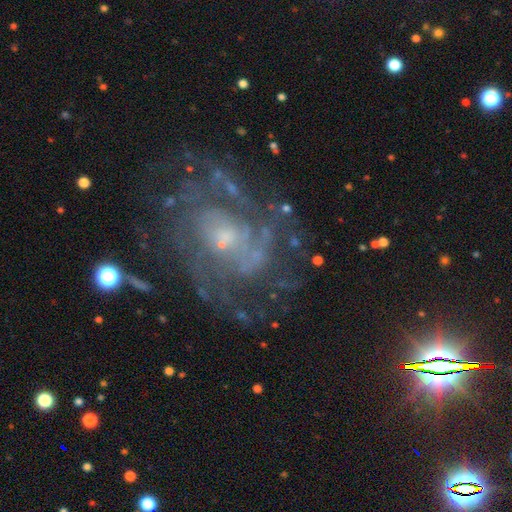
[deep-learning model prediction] Smooth or featured? featured or disk (81%)
Edge-on disk? no (97%)
Bar? no (63%)
Spiral arms? yes (89%)
Spiral winding? tight (51%)
Spiral arm count? can't tell (40%)
Bulge size? small (61%)
Merging? none (70%)